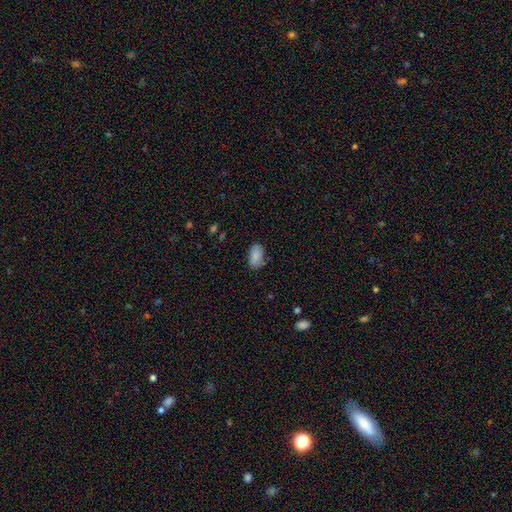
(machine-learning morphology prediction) Smooth or featured? smooth (86%)
How rounded? in between (93%)
Merging? none (75%)